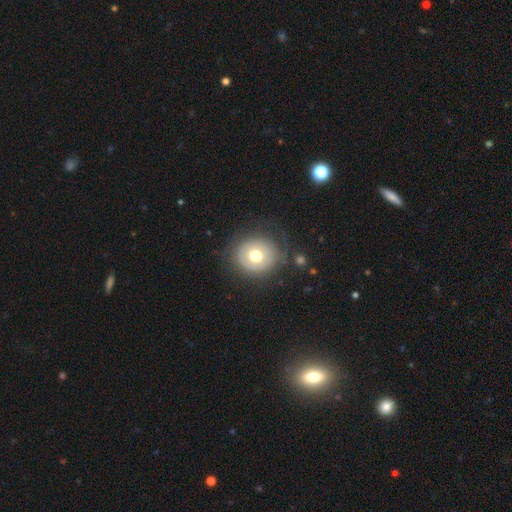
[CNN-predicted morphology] Smooth or featured?
  - smooth: 59% *
  - featured or disk: 33%
  - star or artifact: 8%
How rounded?
  - round: 84% *
  - in between: 16%
  - cigar-shaped: 1%
Merging?
  - none: 73% *
  - minor disturbance: 15%
  - major disturbance: 10%
  - merger: 2%